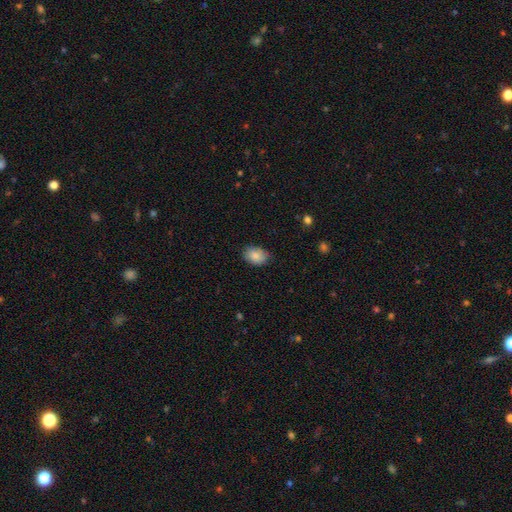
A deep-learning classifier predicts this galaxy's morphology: Smooth or featured: smooth — 86% (star or artifact — 7%)
How rounded: in between — 71% (round — 28%)
Merging: none — 83% (minor disturbance — 14%)